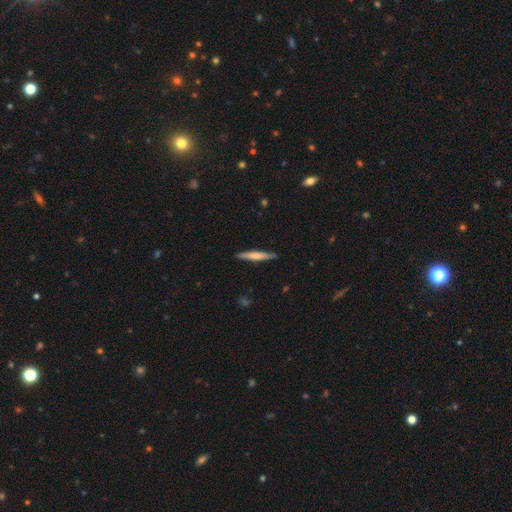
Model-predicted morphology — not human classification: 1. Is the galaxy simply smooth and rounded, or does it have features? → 62% smooth, 32% featured or disk, 5% star or artifact.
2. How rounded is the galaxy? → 93% cigar-shaped, 6% in between, 1% round.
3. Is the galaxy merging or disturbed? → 88% none, 9% minor disturbance, 2% major disturbance, 1% merger.